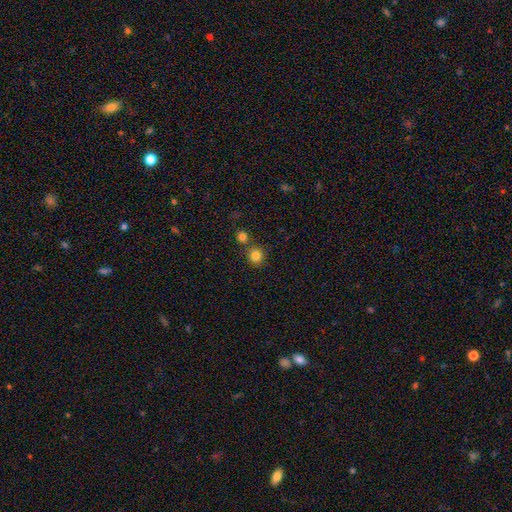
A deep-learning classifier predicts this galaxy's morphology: This appears to be a smooth galaxy with no disk features (83%) that is round (88%). Merging: none (70%).